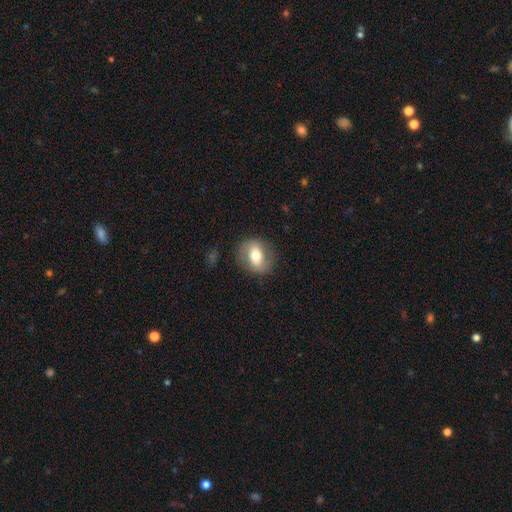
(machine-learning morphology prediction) Overall: smooth (57%; featured or disk 36%). How rounded: round (54%; in between 45%). Merging: none (80%).